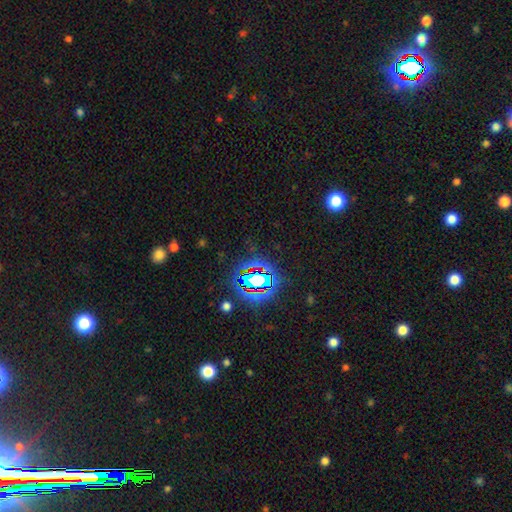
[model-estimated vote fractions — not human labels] Overall: star or artifact (80%).